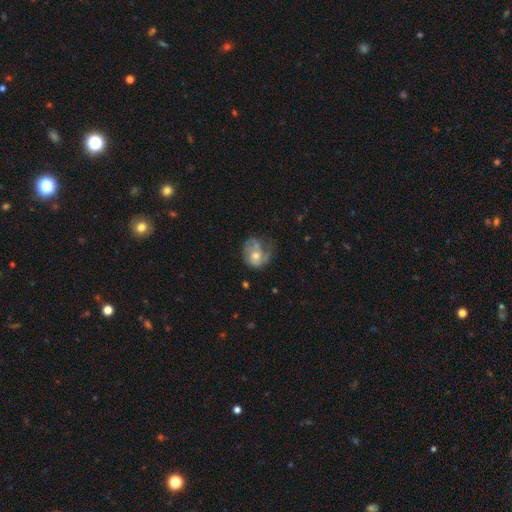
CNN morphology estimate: Smooth or featured: featured or disk — 58% (smooth — 34%)
Edge-on disk: no — 97% (yes — 3%)
Bar: no — 76% (weak — 20%)
Spiral arms: yes — 71% (no — 29%)
Bulge size: moderate — 65% (small — 25%)
Merging: none — 40% (major disturbance — 28%)